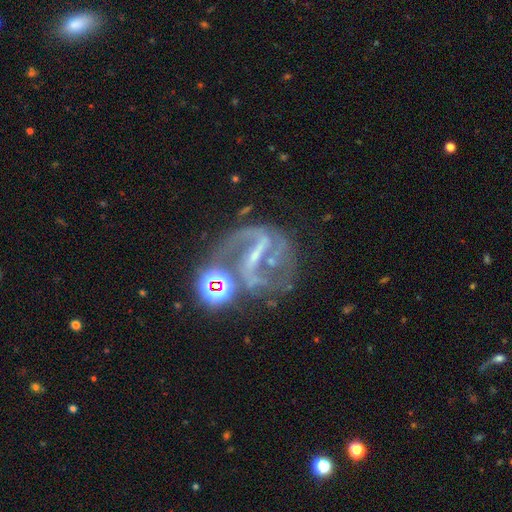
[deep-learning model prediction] Morphology: type=featured or disk (81%); edge-on=no (97%); bar=strong (59%); spiral arms=yes (89%); winding=medium (43%); arm count=2 (81%); bulge=small (61%); merging=none (44%).